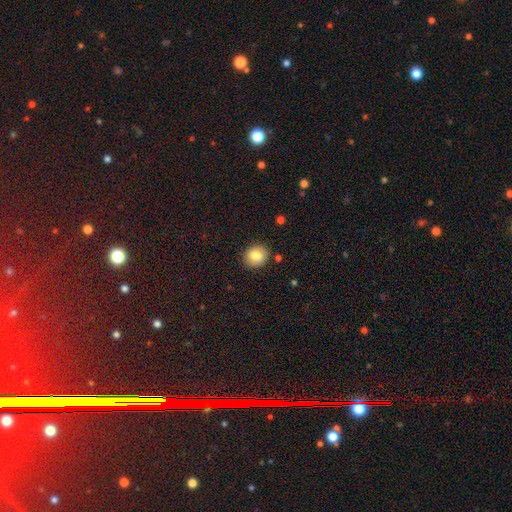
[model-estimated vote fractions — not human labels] Q: Smooth or featured?
A: smooth (82%); runner-up: star or artifact (9%)
Q: How rounded?
A: round (74%); runner-up: in between (25%)
Q: Merging?
A: none (87%); runner-up: minor disturbance (9%)